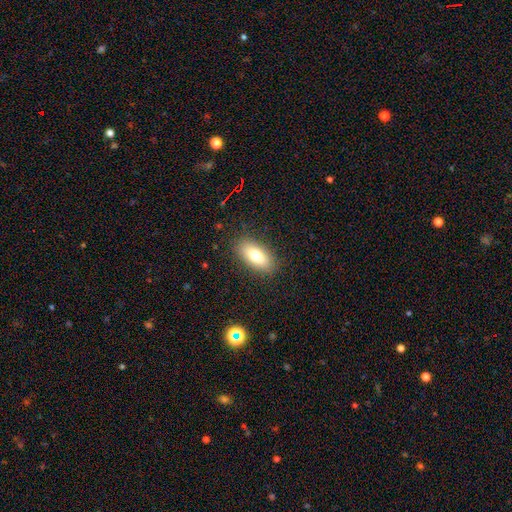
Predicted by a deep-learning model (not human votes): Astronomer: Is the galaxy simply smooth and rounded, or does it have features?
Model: smooth — 76%.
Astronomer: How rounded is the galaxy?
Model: in between — 88%.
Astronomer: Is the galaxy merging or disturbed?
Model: none — 87%.